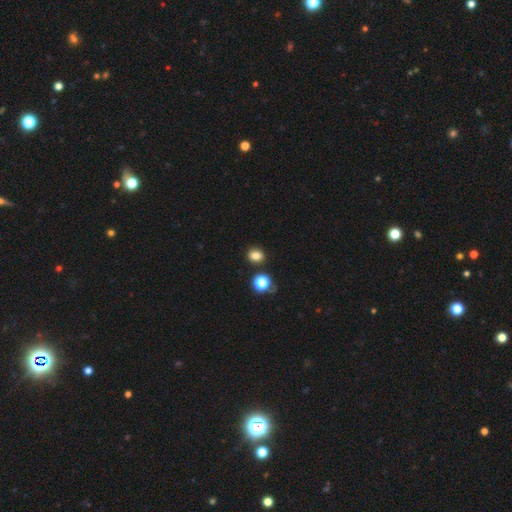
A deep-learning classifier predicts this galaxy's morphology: The model was most divided on "how rounded": round: 61%, in between: 38%, cigar-shaped: 1%. More confident: merging — none (83%); smooth or featured — smooth (82%).